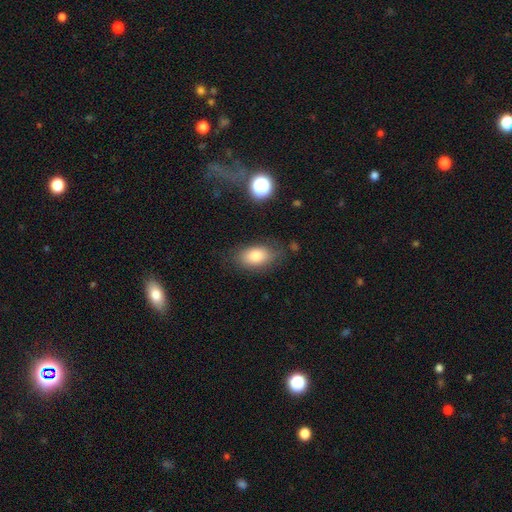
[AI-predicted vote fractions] smooth_or_featured: smooth (p=0.80) [alt: featured or disk p=0.12]
how_rounded: in between (p=0.90) [alt: round p=0.08]
merging: none (p=0.74) [alt: minor disturbance p=0.18]